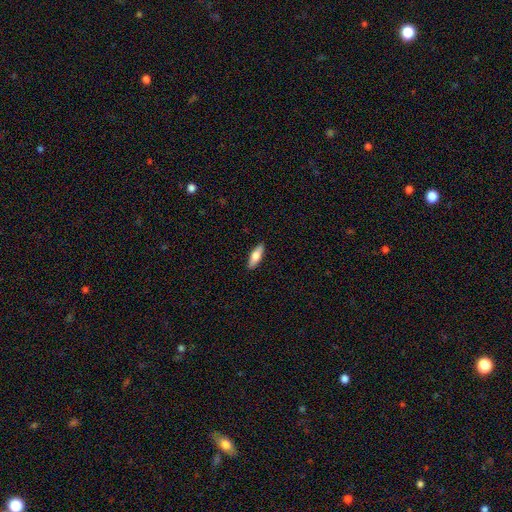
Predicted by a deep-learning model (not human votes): This is likely a smooth galaxy (69%). How rounded: possibly in between (58%). Merging: clearly none (89%).